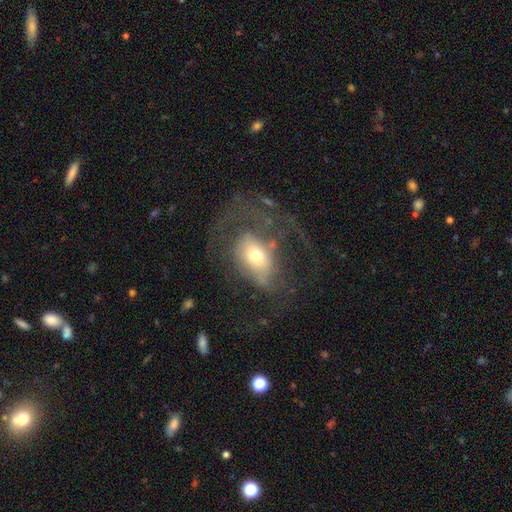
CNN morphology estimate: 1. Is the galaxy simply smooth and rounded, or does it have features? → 54% featured or disk, 37% smooth, 9% star or artifact.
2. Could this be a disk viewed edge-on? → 92% no, 8% yes.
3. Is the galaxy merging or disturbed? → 46% major disturbance, 34% none, 18% minor disturbance, 3% merger.